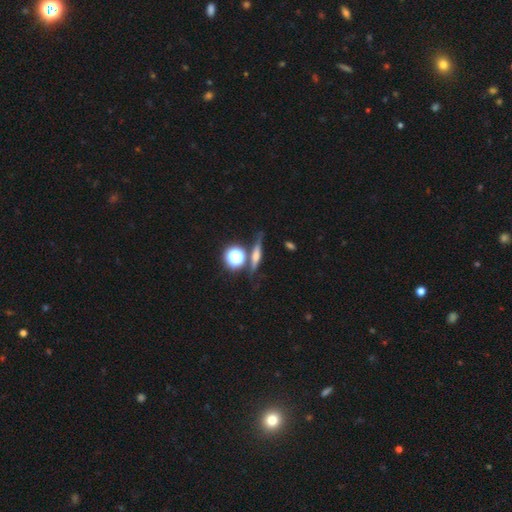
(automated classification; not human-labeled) featured or disk 47%, smooth 36%, star or artifact 17%. Down the decision tree: merging — none (76%).